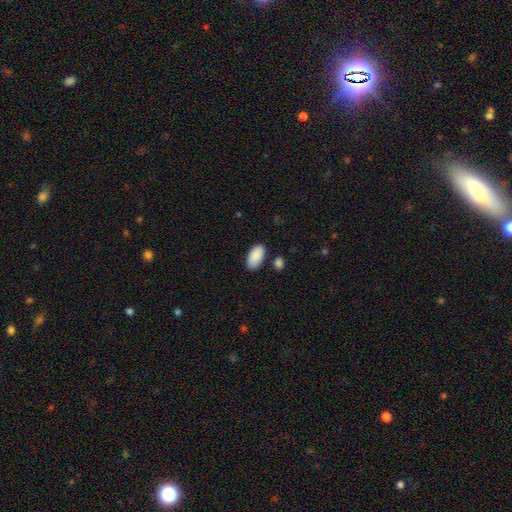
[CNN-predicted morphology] The model was most divided on "merging": none: 81%, minor disturbance: 12%, merger: 4%, major disturbance: 3%. More confident: how rounded — in between (95%); smooth or featured — smooth (90%).